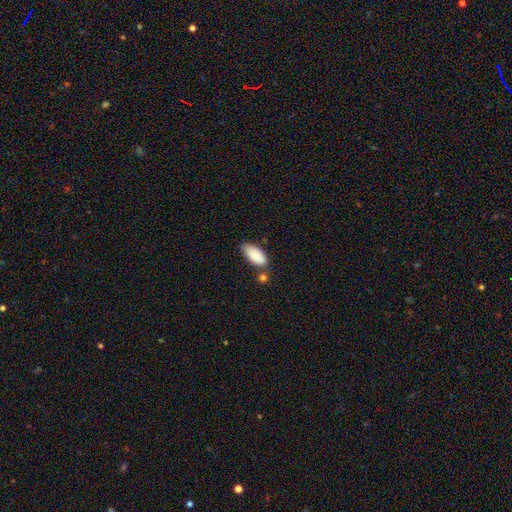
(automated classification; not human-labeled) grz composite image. It shows a smooth galaxy with no disk features (86%) that is in between round and cigar-shaped (91%). Merging: none (60%).